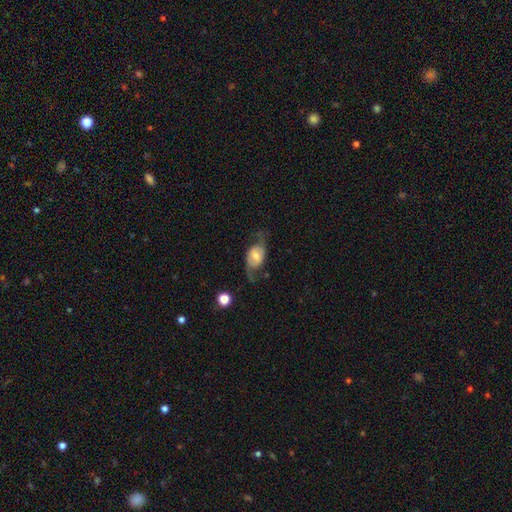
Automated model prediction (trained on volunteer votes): Morphology: type=featured or disk (65%); edge-on=no (93%); bar=no (45%); spiral arms=yes (83%); bulge=moderate (50%); merging=none (57%).